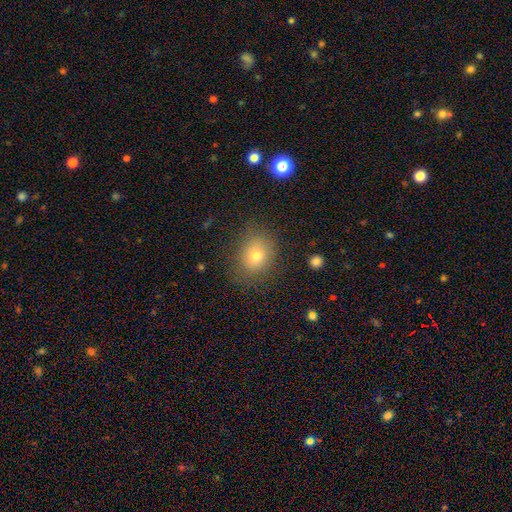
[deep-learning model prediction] This appears to be a smooth galaxy with no disk features (73%) that is round (59%). Merging: none (79%).